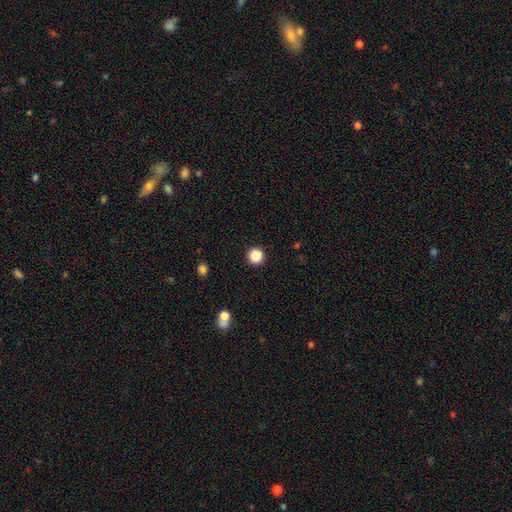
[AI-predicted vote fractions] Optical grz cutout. It shows a smooth galaxy with no disk features (87%) that is round (94%). Merging: none (92%).